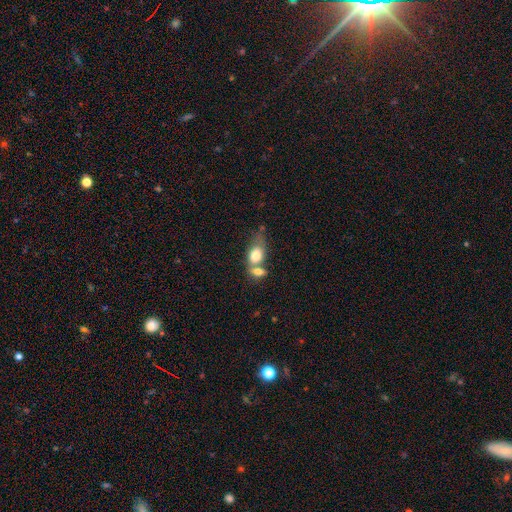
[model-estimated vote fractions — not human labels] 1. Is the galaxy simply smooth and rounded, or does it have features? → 77% smooth, 16% featured or disk, 7% star or artifact.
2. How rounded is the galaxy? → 78% in between, 19% round, 4% cigar-shaped.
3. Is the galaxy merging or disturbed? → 63% merger, 20% none, 10% minor disturbance, 7% major disturbance.